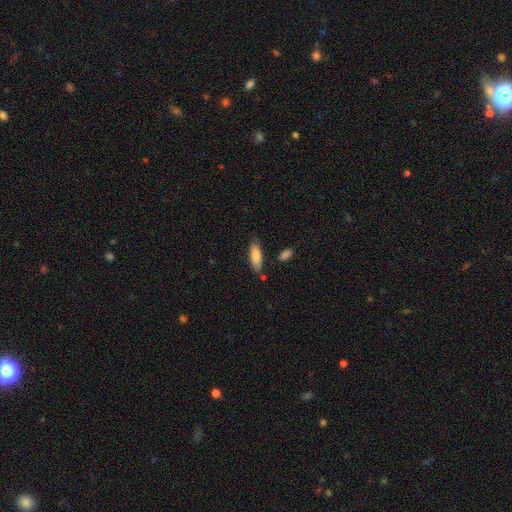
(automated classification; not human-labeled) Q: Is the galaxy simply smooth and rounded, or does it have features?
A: smooth — 83%.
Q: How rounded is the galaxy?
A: in between — 61%.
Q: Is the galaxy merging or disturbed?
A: none — 75%.